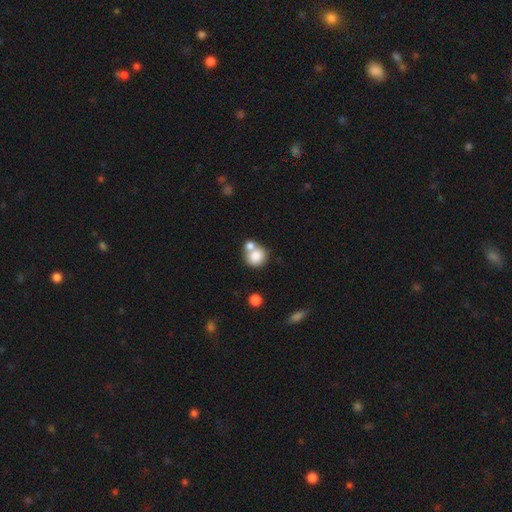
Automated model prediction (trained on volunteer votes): Smooth or featured: smooth — 81% (featured or disk — 10%)
How rounded: round — 81% (in between — 18%)
Merging: merger — 46% (none — 42%)